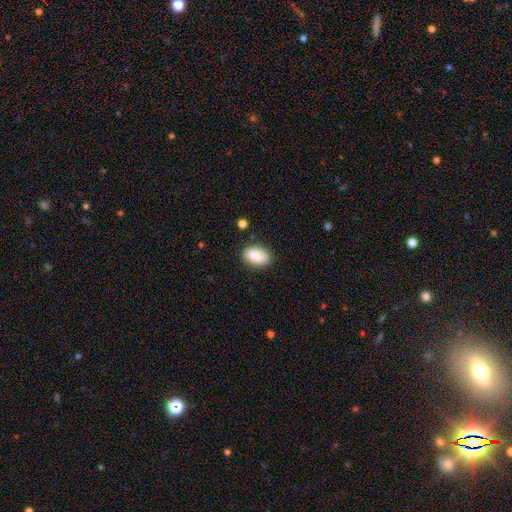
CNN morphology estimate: Q: Smooth or featured?
A: smooth (87%); runner-up: star or artifact (7%)
Q: How rounded?
A: in between (90%); runner-up: round (8%)
Q: Merging?
A: none (84%); runner-up: minor disturbance (11%)